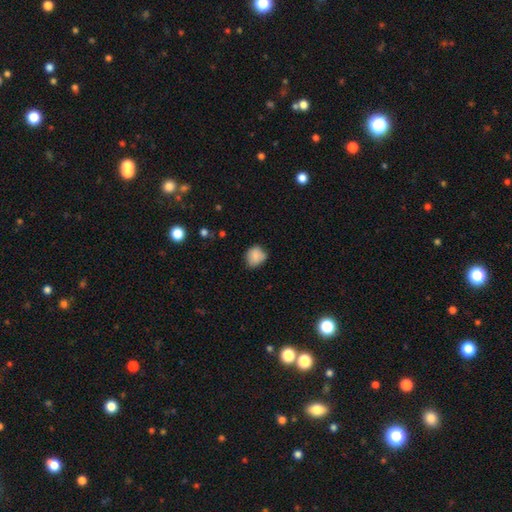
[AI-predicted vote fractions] Smooth or featured? smooth (85%)
How rounded? round (74%)
Merging? none (67%)